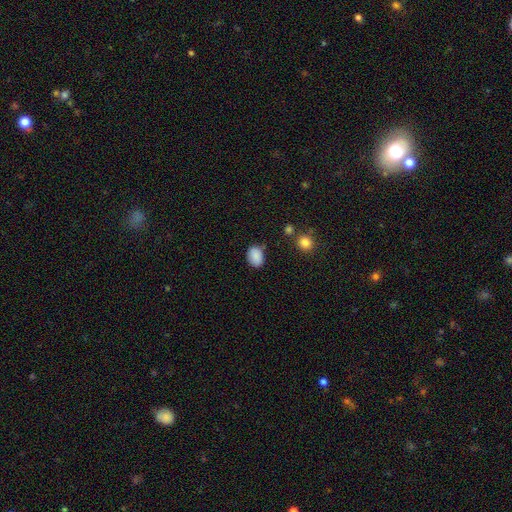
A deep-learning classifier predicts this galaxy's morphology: This appears to be a smooth galaxy with no disk features (88%) that is in between round and cigar-shaped (68%). Merging: none (75%).